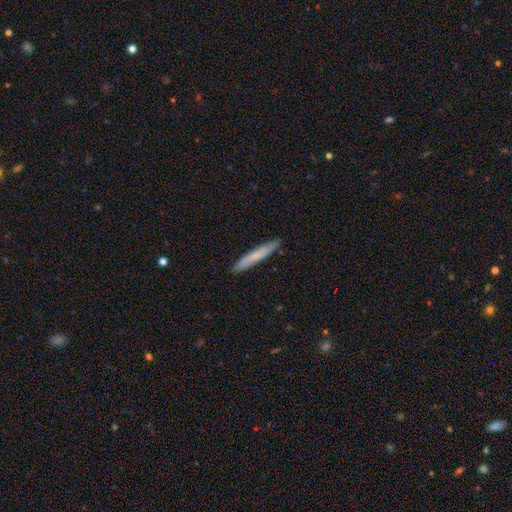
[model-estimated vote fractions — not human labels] This is likely a smooth galaxy (68%). How rounded: clearly cigar-shaped (95%). Merging: clearly none (90%).